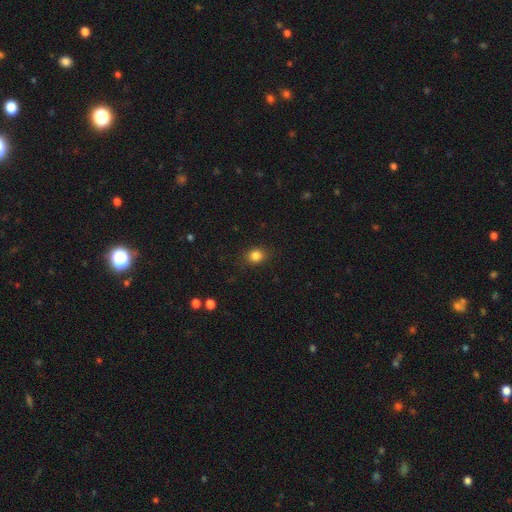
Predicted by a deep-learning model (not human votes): This is clearly a smooth galaxy (84%). How rounded: likely round (70%). Merging: clearly none (87%).